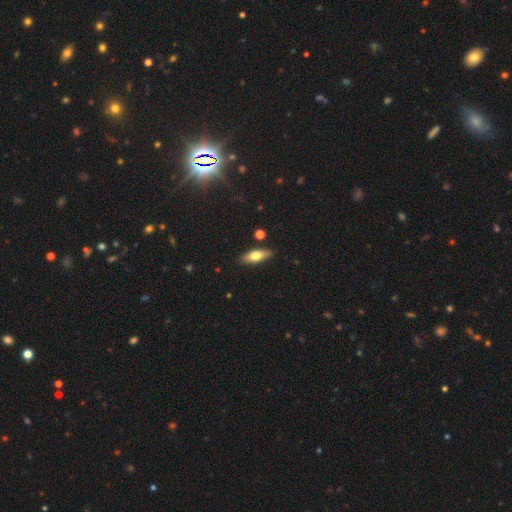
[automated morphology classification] The model was most divided on "how rounded": in between: 60%, cigar-shaped: 37%, round: 3%. More confident: merging — none (86%); smooth or featured — smooth (67%).